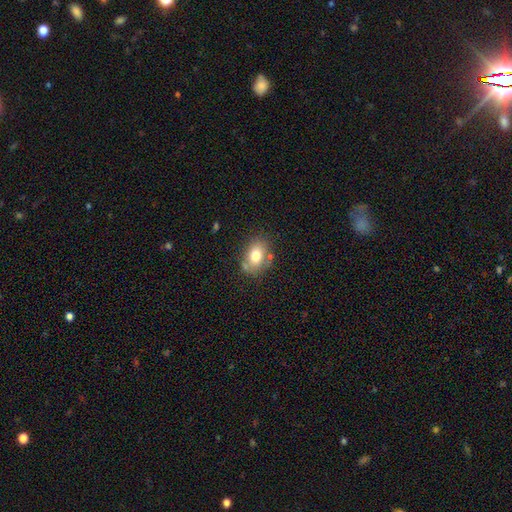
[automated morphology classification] smooth 75%, featured or disk 16%, star or artifact 9%. Down the decision tree: how rounded — in between (75%); merging — none (68%).